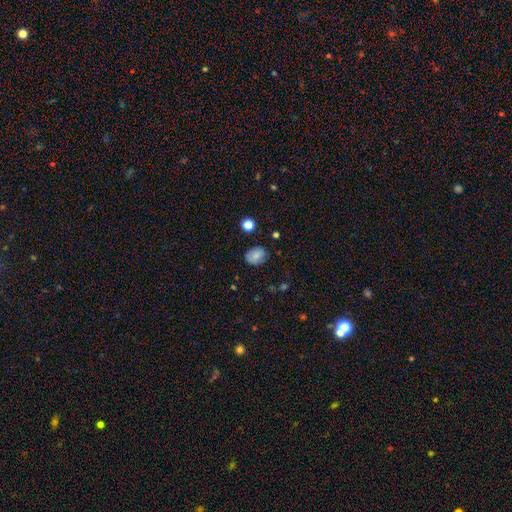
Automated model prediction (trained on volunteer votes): Smooth or featured: smooth — 79% (featured or disk — 12%)
How rounded: in between — 59% (round — 40%)
Merging: none — 77% (minor disturbance — 18%)